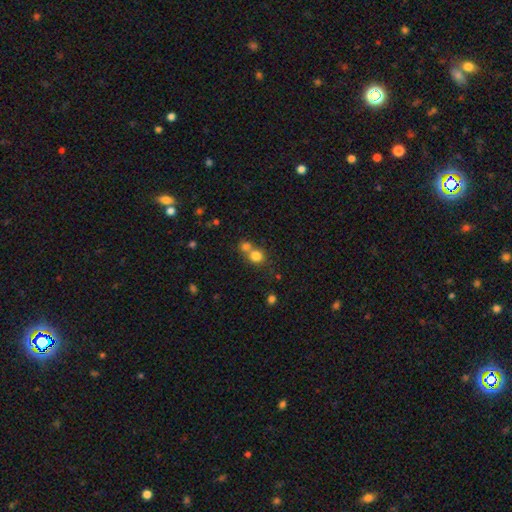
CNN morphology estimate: Smooth or featured: smooth — 79% (star or artifact — 12%)
How rounded: round — 81% (in between — 18%)
Merging: merger — 50% (none — 41%)